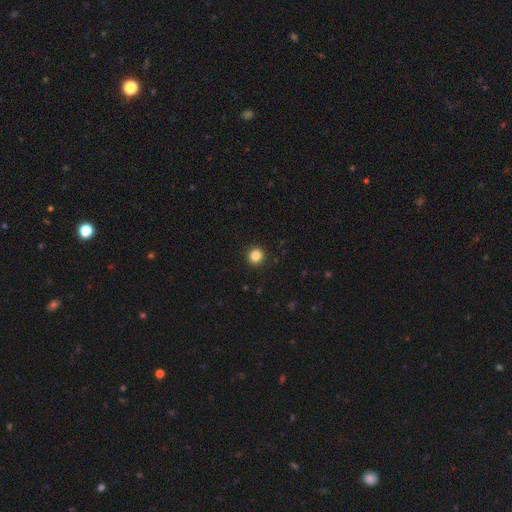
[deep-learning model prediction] Smooth or featured: smooth — 84% (star or artifact — 12%)
How rounded: round — 94% (in between — 5%)
Merging: none — 93% (minor disturbance — 4%)